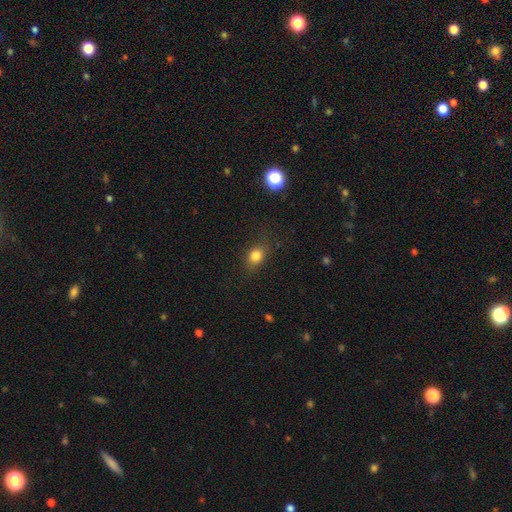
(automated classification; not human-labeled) This is clearly a smooth galaxy (81%). How rounded: possibly round (50%). Merging: likely none (78%).